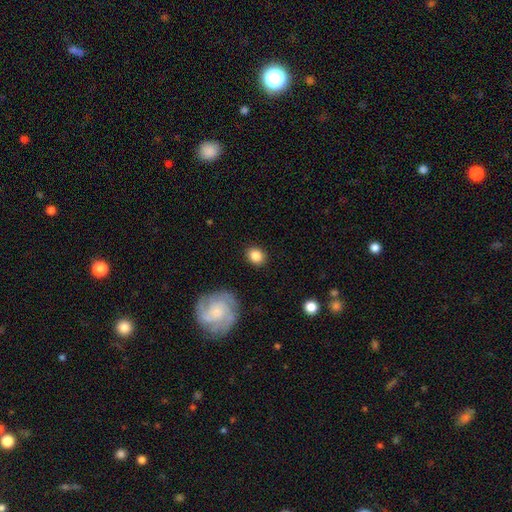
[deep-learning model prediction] The model was most divided on "how rounded": round: 66%, in between: 33%, cigar-shaped: 1%. More confident: merging — none (87%); smooth or featured — smooth (84%).